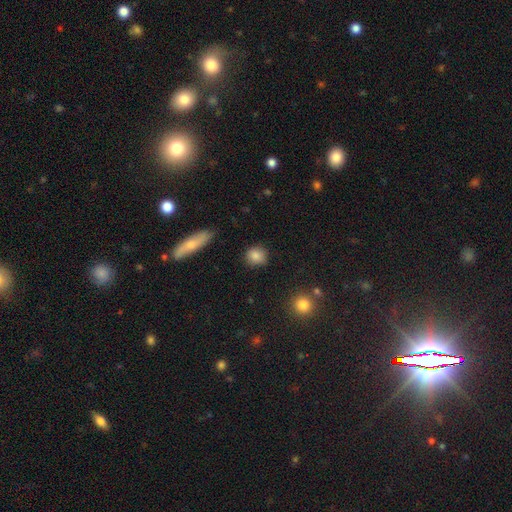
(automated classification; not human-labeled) smooth-or-featured: smooth: 85% | star or artifact: 9% | featured or disk: 6%
  how-rounded: round: 81% | in between: 17% | cigar-shaped: 2%
  merging: none: 84% | minor disturbance: 12% | major disturbance: 3% | merger: 2%